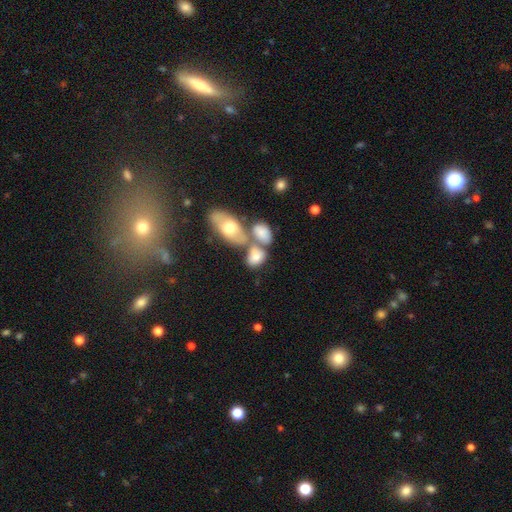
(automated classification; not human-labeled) Overall: smooth (67%). How rounded: in between (81%). Merging: merger (45%; none 35%).